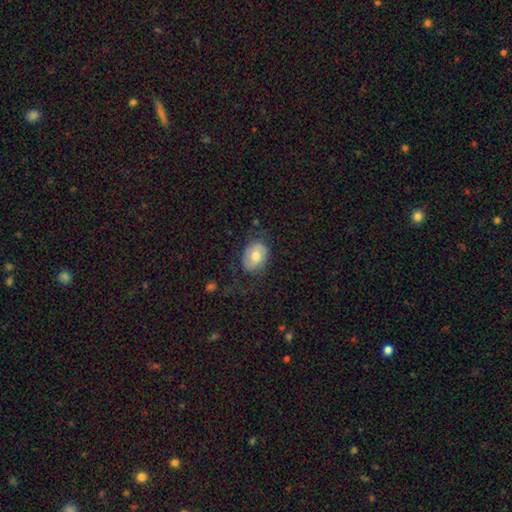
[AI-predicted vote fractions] Overall: smooth (58%; featured or disk 35%). How rounded: in between (69%; round 30%). Merging: none (62%; minor disturbance 22%).